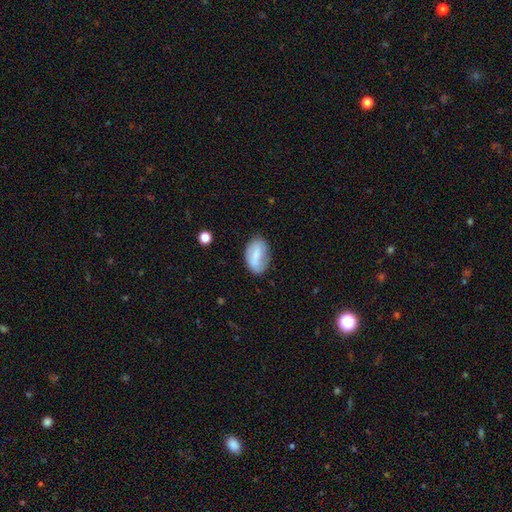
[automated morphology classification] Smooth or featured: smooth — 71% (featured or disk — 22%)
How rounded: in between — 91% (round — 7%)
Merging: none — 69% (minor disturbance — 23%)